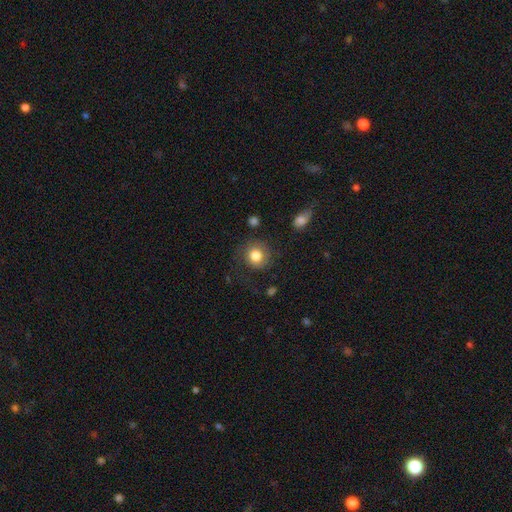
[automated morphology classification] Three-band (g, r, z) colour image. It shows a smooth galaxy with no disk features (81%) that is round (87%). Merging: none (77%).